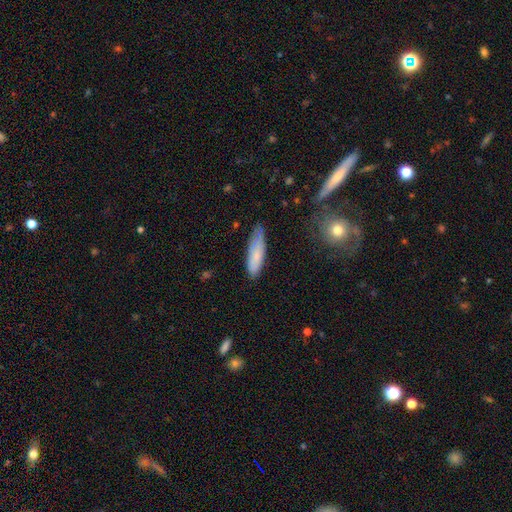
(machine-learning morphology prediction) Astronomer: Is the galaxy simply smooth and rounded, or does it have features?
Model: smooth — 78%.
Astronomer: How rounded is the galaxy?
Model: cigar-shaped — 60% (runner-up: in between, 39%).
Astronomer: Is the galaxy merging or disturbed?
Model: none — 67%.